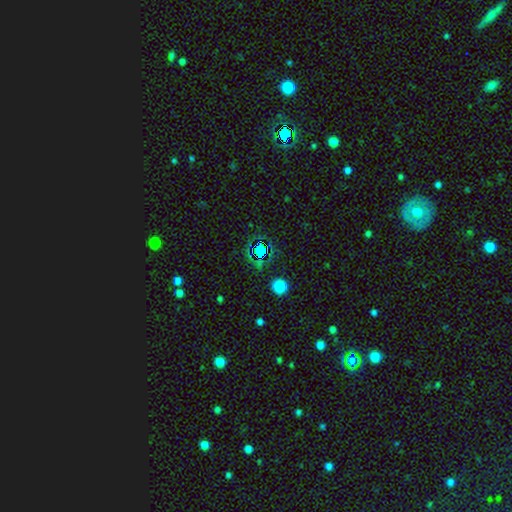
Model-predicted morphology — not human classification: Smooth or featured?
  - star or artifact: 65% *
  - smooth: 21%
  - featured or disk: 14%